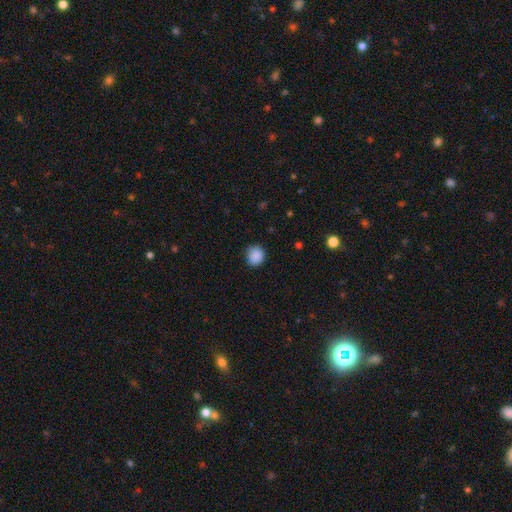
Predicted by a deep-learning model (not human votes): The model was most divided on "merging": none: 84%, minor disturbance: 12%, major disturbance: 3%, merger: 1%. More confident: smooth or featured — smooth (88%); how rounded — round (86%).